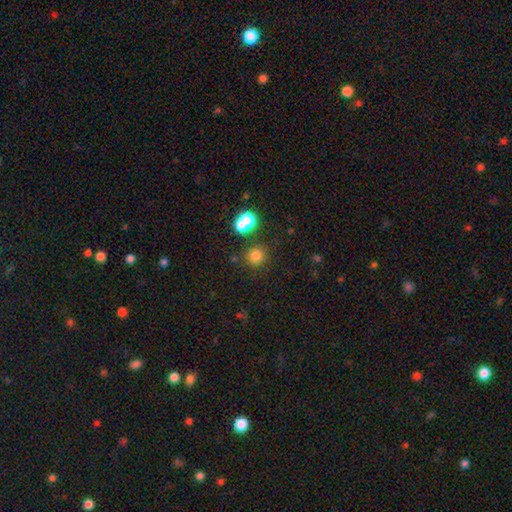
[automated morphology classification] smooth-or-featured: smooth: 77% | star or artifact: 16% | featured or disk: 7%
  how-rounded: round: 89% | in between: 10% | cigar-shaped: 1%
  merging: none: 75% | merger: 12% | minor disturbance: 9% | major disturbance: 4%